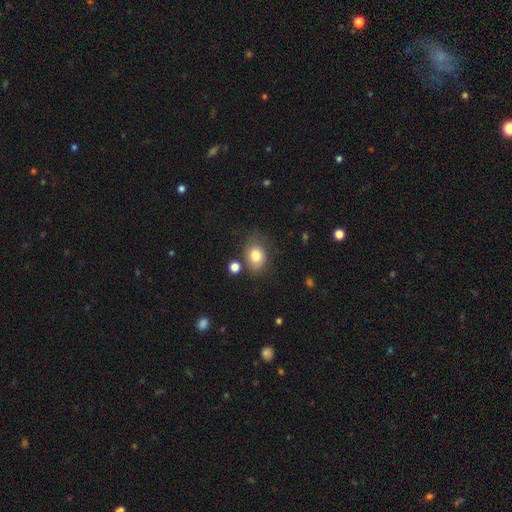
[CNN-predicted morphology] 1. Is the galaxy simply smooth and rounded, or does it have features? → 81% smooth, 10% featured or disk, 9% star or artifact.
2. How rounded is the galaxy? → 60% in between, 39% round, 1% cigar-shaped.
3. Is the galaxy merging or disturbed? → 63% none, 22% minor disturbance, 8% major disturbance, 7% merger.